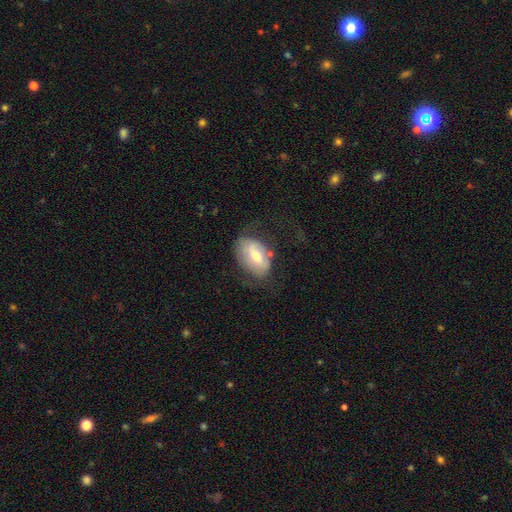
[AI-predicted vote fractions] Smooth or featured?
  - smooth: 56% *
  - featured or disk: 37%
  - star or artifact: 7%
How rounded?
  - in between: 89% *
  - round: 9%
  - cigar-shaped: 2%
Merging?
  - none: 54% *
  - minor disturbance: 26%
  - major disturbance: 17%
  - merger: 3%